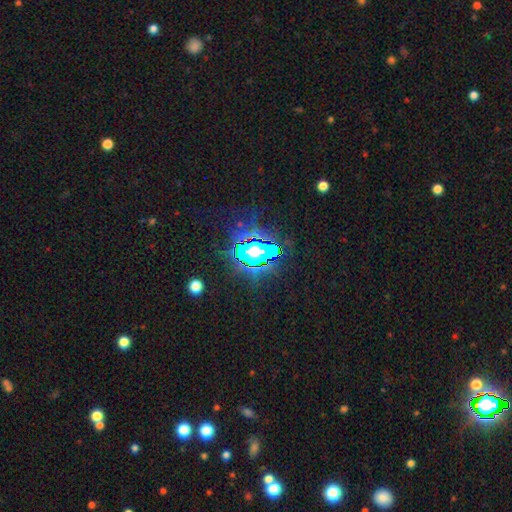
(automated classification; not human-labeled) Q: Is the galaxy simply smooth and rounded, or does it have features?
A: star or artifact — 59%.